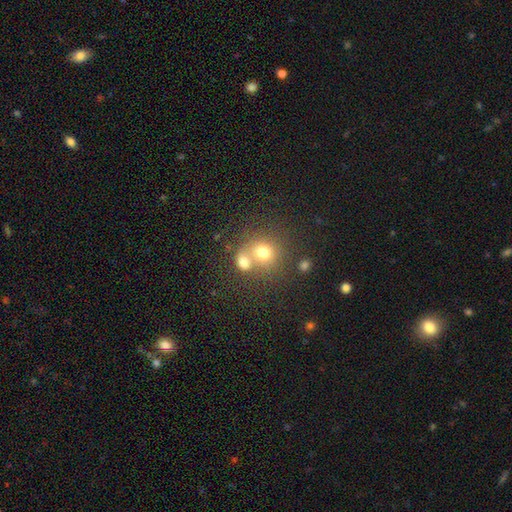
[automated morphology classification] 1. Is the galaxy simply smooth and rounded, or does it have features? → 64% smooth, 19% star or artifact, 16% featured or disk.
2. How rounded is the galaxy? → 84% round, 15% in between, 1% cigar-shaped.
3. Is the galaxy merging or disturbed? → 45% none, 44% merger, 7% minor disturbance, 4% major disturbance.